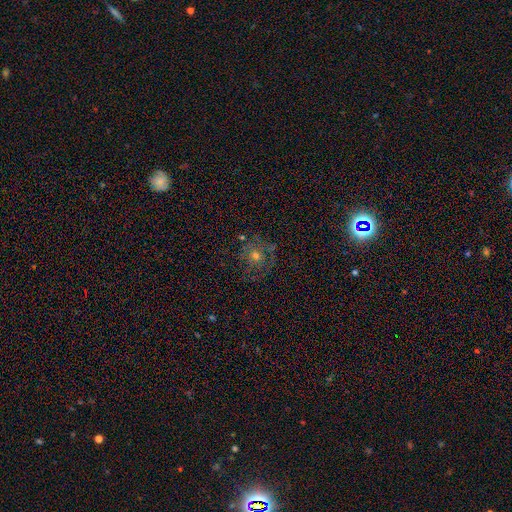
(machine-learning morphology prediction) This is marginally a featured or disk galaxy (43%). Merging: likely none (73%).